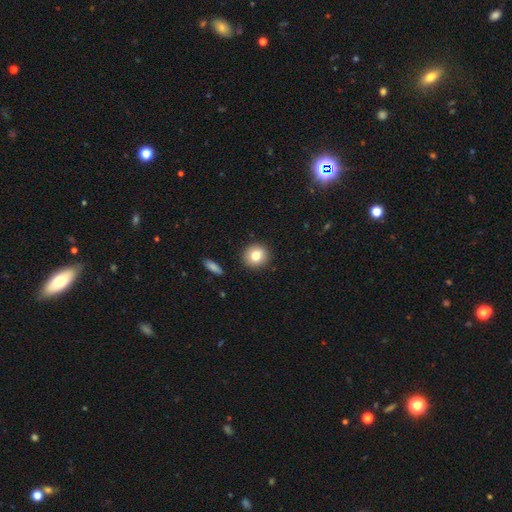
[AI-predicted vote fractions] Smooth or featured? Predicted: smooth (p=0.78). How rounded? Predicted: round (p=0.89). Merging? Predicted: none (p=0.90).